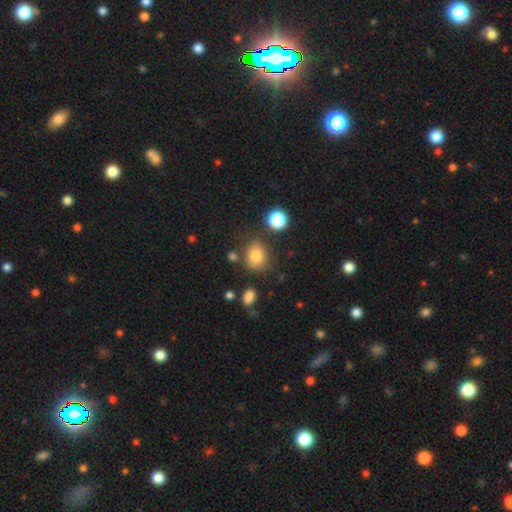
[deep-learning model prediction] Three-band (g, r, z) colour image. It shows a smooth galaxy with no disk features (80%) that is round (64%). Merging: none (74%).